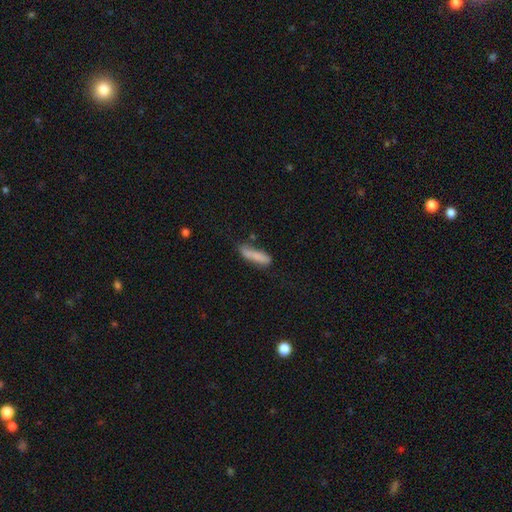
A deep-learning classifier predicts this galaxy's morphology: smooth-or-featured: smooth: 81% | featured or disk: 12% | star or artifact: 7%
  how-rounded: cigar-shaped: 75% | in between: 23% | round: 2%
  merging: none: 62% | minor disturbance: 25% | major disturbance: 7% | merger: 7%